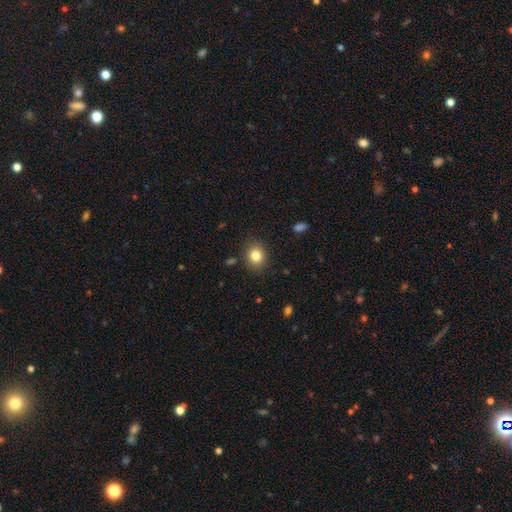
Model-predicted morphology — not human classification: Q: Smooth or featured?
A: smooth (82%); runner-up: star or artifact (10%)
Q: How rounded?
A: round (64%); runner-up: in between (35%)
Q: Merging?
A: none (87%); runner-up: minor disturbance (9%)